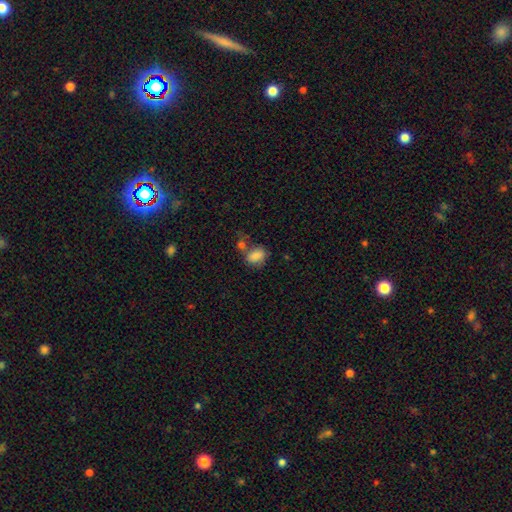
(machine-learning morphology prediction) smooth-or-featured: smooth: 81% | star or artifact: 9% | featured or disk: 9%
  how-rounded: in between: 74% | round: 25% | cigar-shaped: 2%
  merging: none: 43% | merger: 32% | minor disturbance: 17% | major disturbance: 8%